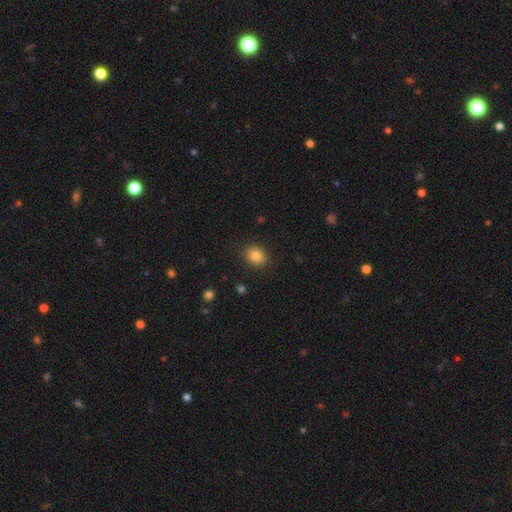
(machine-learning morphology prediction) This appears to be a smooth galaxy with no disk features (84%) that is round (61%). Merging: none (88%).